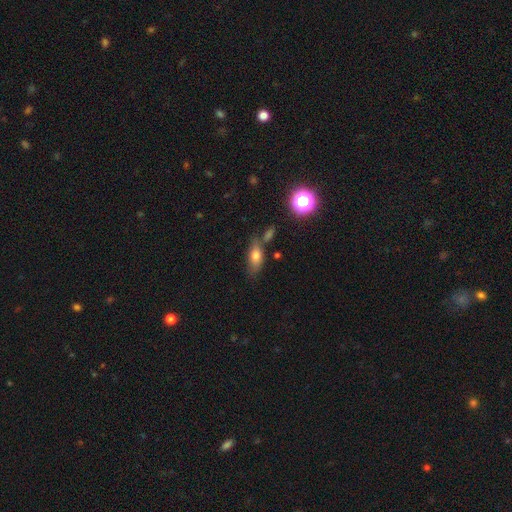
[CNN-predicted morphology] Smooth or featured?
  - smooth: 70% *
  - featured or disk: 18%
  - star or artifact: 11%
How rounded?
  - in between: 78% *
  - cigar-shaped: 15%
  - round: 8%
Merging?
  - none: 60% *
  - minor disturbance: 19%
  - merger: 14%
  - major disturbance: 6%